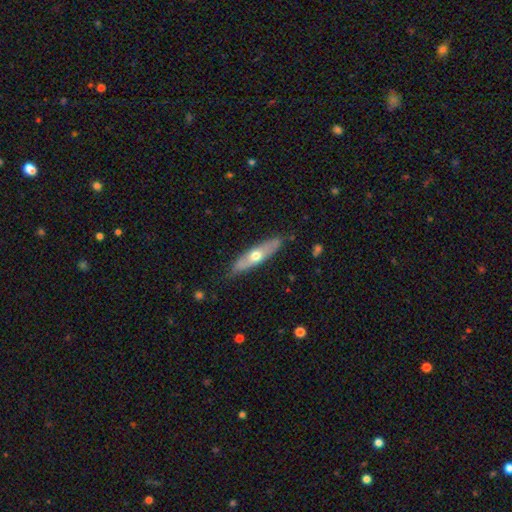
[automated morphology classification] Smooth or featured? featured or disk (49%)
Merging? none (82%)